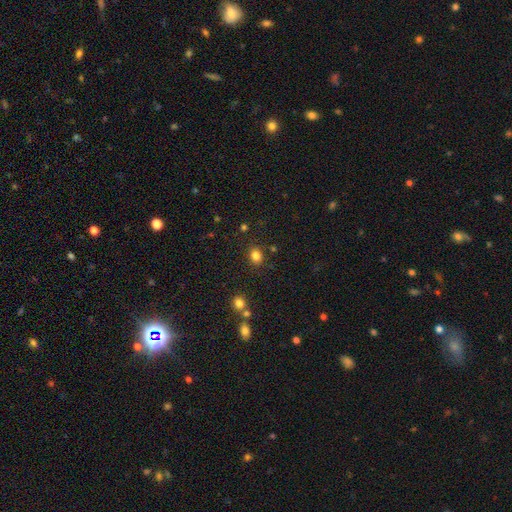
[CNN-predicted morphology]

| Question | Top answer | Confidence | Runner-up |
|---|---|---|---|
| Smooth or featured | smooth | 82% | star or artifact (13%) |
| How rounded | round | 53% | in between (46%) |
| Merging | none | 85% | minor disturbance (9%) |